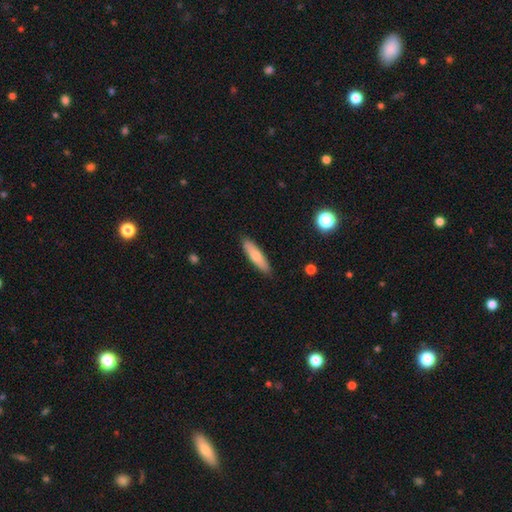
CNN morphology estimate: smooth 71%, featured or disk 23%, star or artifact 6%. Down the decision tree: how rounded — cigar-shaped (72%); merging — none (88%).